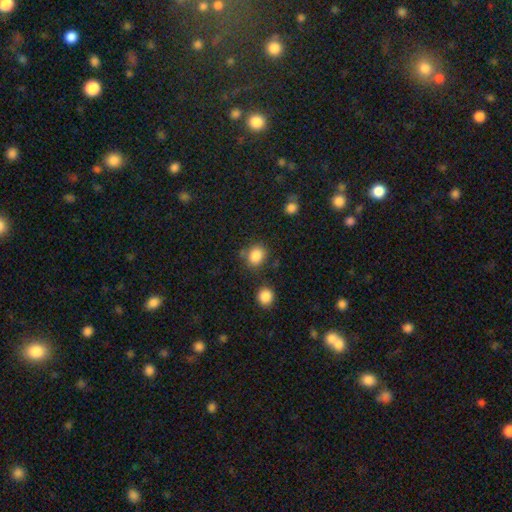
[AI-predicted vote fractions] smooth-or-featured: smooth: 85% | star or artifact: 10% | featured or disk: 5%
  how-rounded: round: 69% | in between: 30% | cigar-shaped: 1%
  merging: none: 72% | minor disturbance: 15% | merger: 8% | major disturbance: 5%